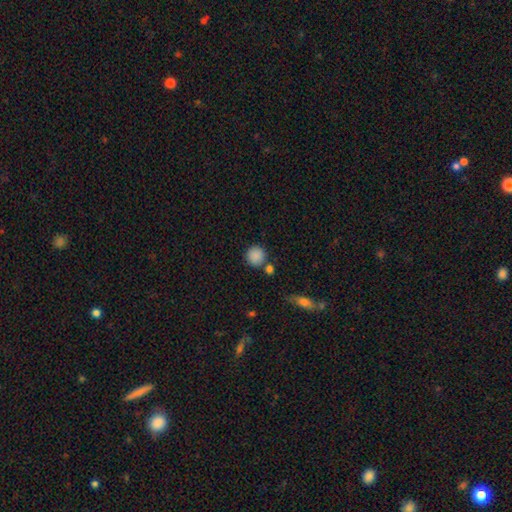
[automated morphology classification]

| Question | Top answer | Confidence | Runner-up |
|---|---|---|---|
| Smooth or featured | smooth | 88% | star or artifact (9%) |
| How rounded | round | 92% | in between (7%) |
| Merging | none | 76% | merger (10%) |